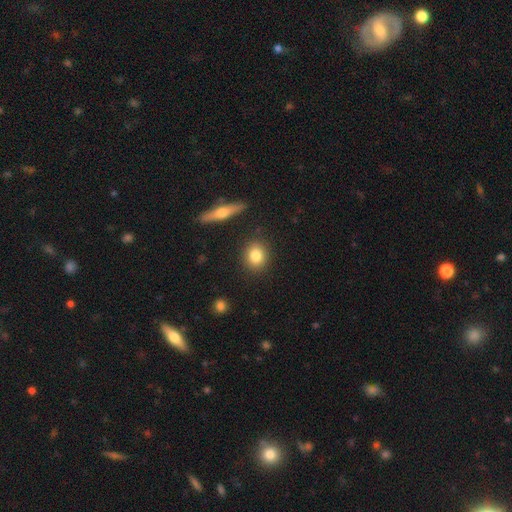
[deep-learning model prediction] This is clearly a smooth galaxy (82%). How rounded: likely round (73%). Merging: clearly none (89%).